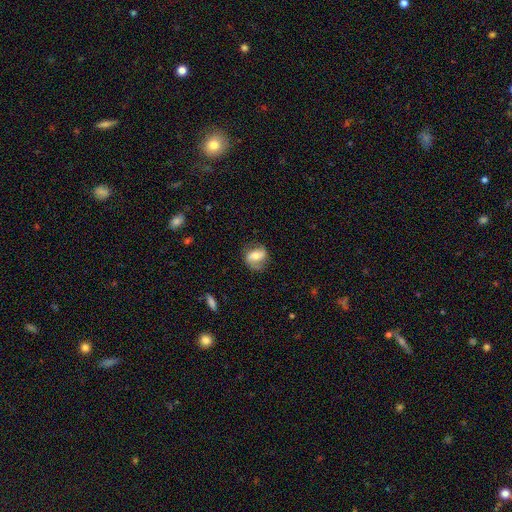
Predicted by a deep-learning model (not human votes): A featured or disk galaxy (59%) with a strong bar (38%), spiral arms (84%) and a moderate central bulge (53%).

Vote fractions:
- Smooth or featured? featured or disk: 59% / smooth: 34% / star or artifact: 8%
- Edge-on disk? no: 94% / yes: 6%
- Bar? strong: 38% / weak: 35% / no: 27%
- Spiral arms? yes: 84% / no: 16%
- Bulge size? moderate: 53% / small: 30% / large: 11% / none: 4% / dominant: 2%
- Merging? none: 74% / minor disturbance: 18% / major disturbance: 7% / merger: 1%